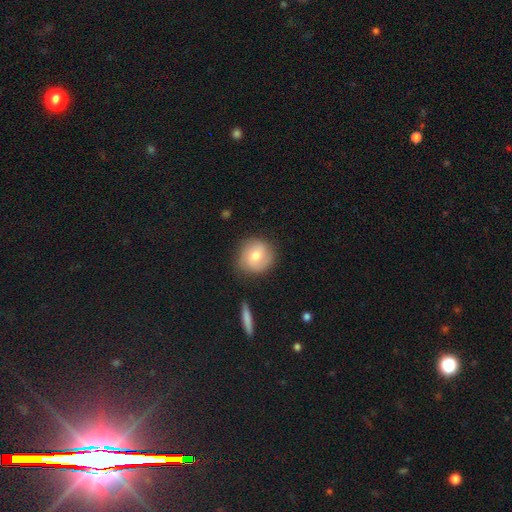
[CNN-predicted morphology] smooth-or-featured: smooth: 64% | featured or disk: 29% | star or artifact: 7%
  how-rounded: round: 89% | in between: 10% | cigar-shaped: 1%
  merging: none: 80% | minor disturbance: 14% | major disturbance: 4% | merger: 2%